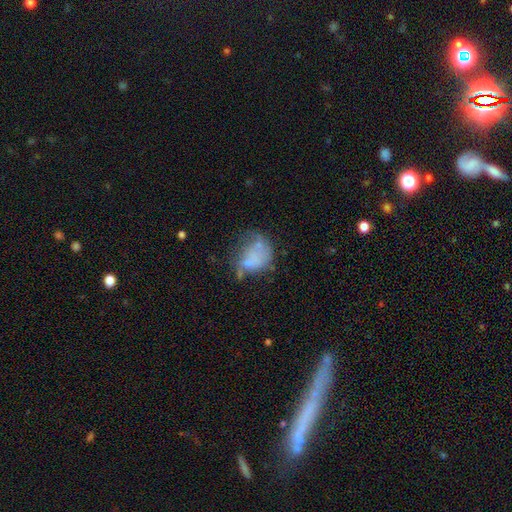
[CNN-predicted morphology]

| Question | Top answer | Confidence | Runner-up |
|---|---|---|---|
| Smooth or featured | smooth | 53% | featured or disk (35%) |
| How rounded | in between | 58% | round (41%) |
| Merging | major disturbance | 30% | none (28%) |